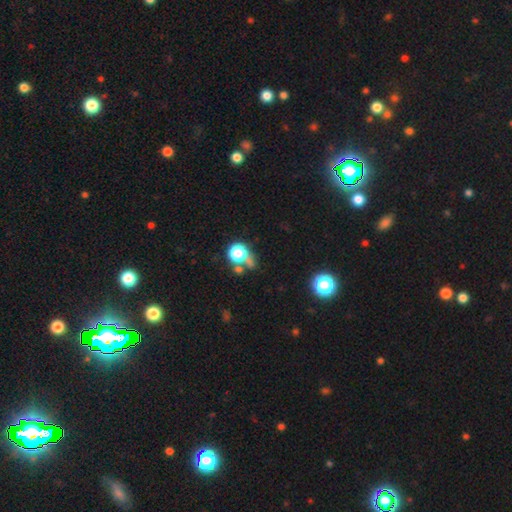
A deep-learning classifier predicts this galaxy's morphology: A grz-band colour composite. It shows a smooth galaxy with no disk features (46%). Merging: none (61%).